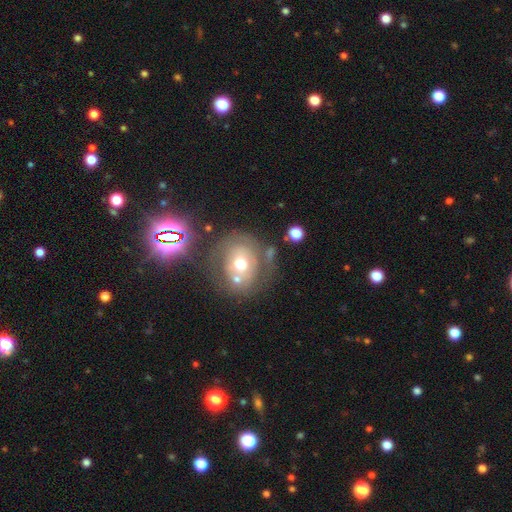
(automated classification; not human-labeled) The model was most divided on "smooth or featured": featured or disk: 49%, smooth: 26%, star or artifact: 25%. More confident: merging — none (64%).